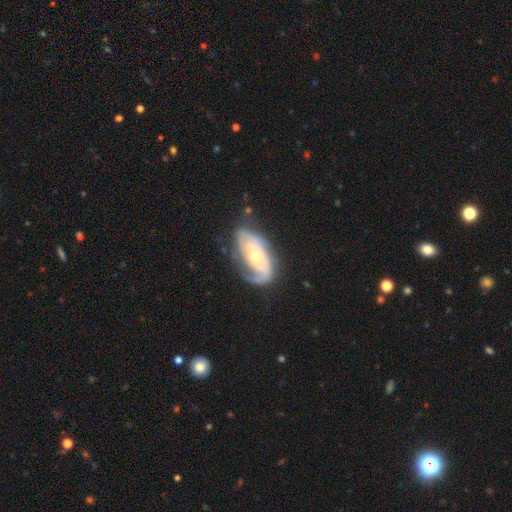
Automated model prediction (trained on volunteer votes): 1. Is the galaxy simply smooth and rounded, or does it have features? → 76% featured or disk, 18% smooth, 6% star or artifact.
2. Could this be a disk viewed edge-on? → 94% no, 6% yes.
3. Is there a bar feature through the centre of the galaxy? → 57% no, 29% weak, 13% strong.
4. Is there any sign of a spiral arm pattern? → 89% yes, 11% no.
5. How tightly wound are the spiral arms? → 42% tight, 35% medium, 22% loose.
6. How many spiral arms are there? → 38% 2, 35% 1, 18% can't tell, 5% 3, 2% 4, 1% more than 4.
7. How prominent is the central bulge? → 48% small, 46% moderate, 3% large, 1% none, 1% dominant.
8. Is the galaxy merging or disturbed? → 56% none, 23% minor disturbance, 17% major disturbance, 3% merger.